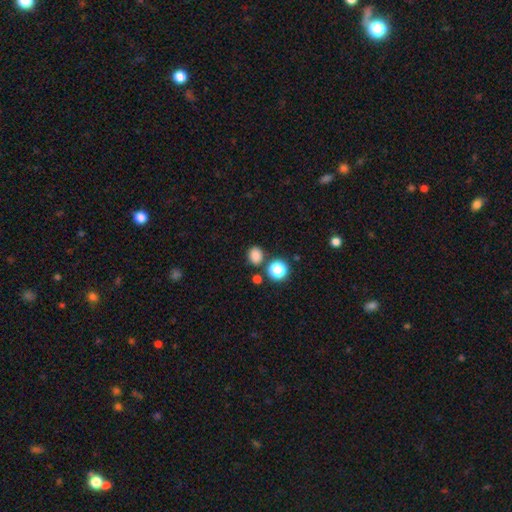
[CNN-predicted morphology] smooth-or-featured: smooth: 80% | star or artifact: 16% | featured or disk: 4%
  how-rounded: round: 64% | in between: 35% | cigar-shaped: 1%
  merging: none: 79% | minor disturbance: 10% | merger: 8% | major disturbance: 3%